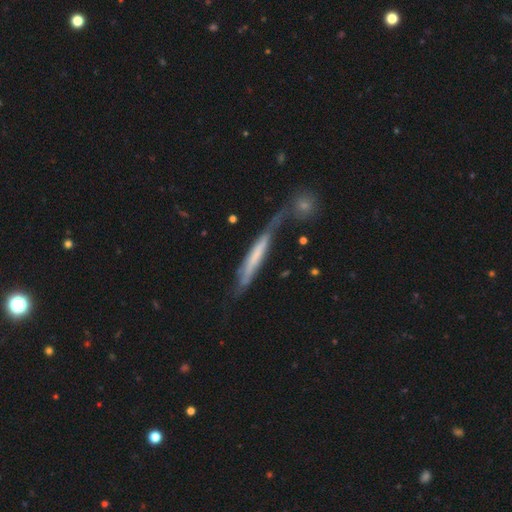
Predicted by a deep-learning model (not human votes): smooth-or-featured: featured or disk: 51% | smooth: 43% | star or artifact: 6%
  disk-edge-on: yes: 73% | no: 27%
  merging: none: 35% | minor disturbance: 24% | merger: 21% | major disturbance: 20%